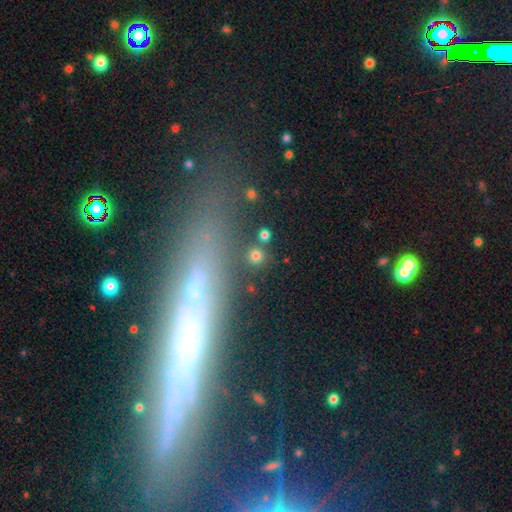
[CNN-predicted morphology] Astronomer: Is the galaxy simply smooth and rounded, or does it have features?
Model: smooth — 78%.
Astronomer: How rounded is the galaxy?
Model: round — 91%.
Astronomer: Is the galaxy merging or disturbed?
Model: none — 85%.